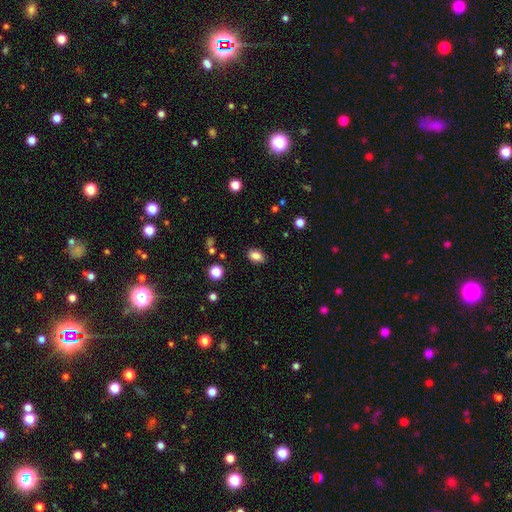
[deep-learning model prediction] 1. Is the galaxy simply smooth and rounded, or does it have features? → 84% smooth, 10% star or artifact, 6% featured or disk.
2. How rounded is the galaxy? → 85% in between, 13% round, 2% cigar-shaped.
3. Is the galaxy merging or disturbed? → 87% none, 9% minor disturbance, 2% major disturbance, 1% merger.